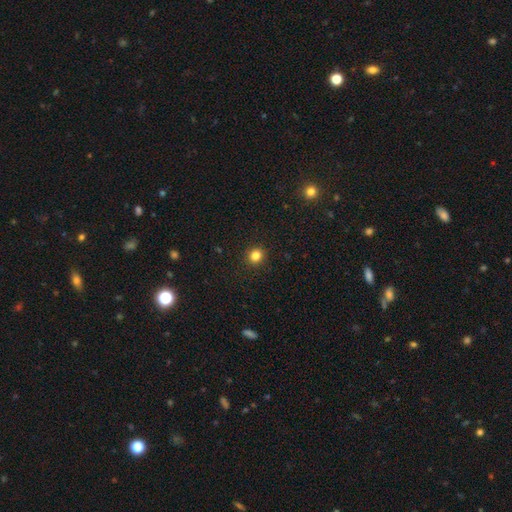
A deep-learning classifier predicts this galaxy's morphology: The model was most divided on "smooth or featured": smooth: 83%, star or artifact: 12%, featured or disk: 4%. More confident: merging — none (92%); how rounded — round (89%).